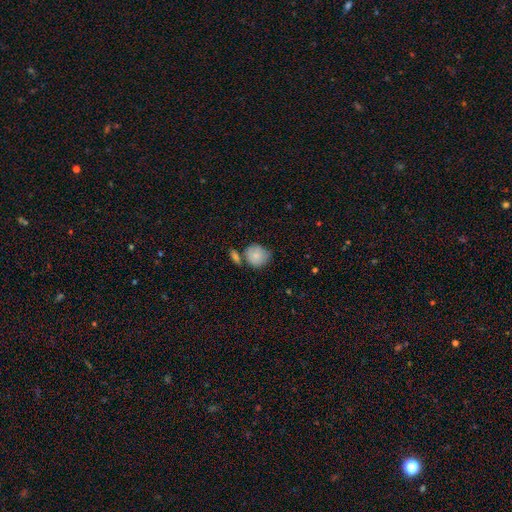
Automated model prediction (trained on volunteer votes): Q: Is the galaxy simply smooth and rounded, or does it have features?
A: smooth — 79%.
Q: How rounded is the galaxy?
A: round — 81%.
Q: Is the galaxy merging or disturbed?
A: none — 52%.